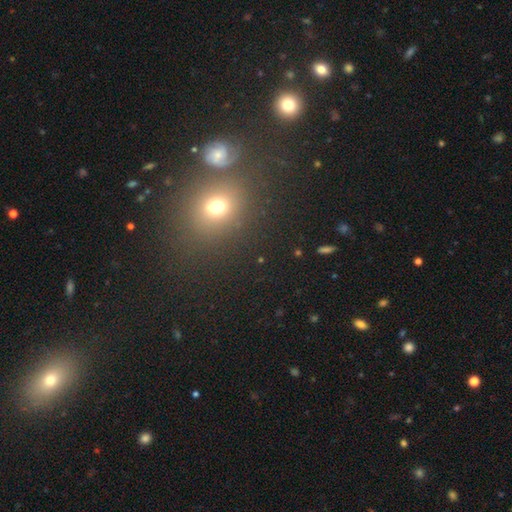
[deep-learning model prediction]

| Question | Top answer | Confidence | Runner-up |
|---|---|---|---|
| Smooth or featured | smooth | 51% | star or artifact (40%) |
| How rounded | round | 71% | in between (27%) |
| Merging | none | 73% | merger (15%) |